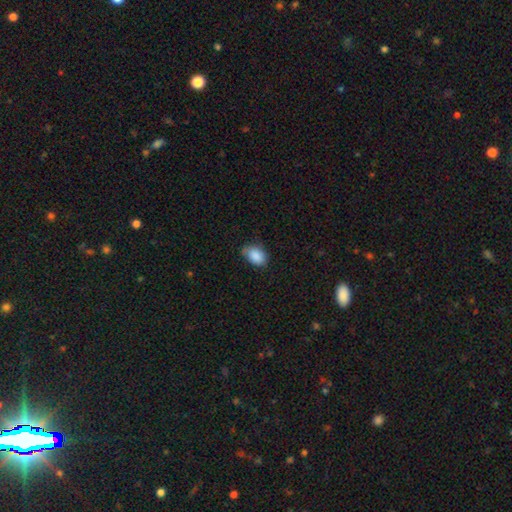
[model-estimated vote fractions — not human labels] This is clearly a smooth galaxy (88%). How rounded: clearly in between (85%). Merging: likely none (68%).